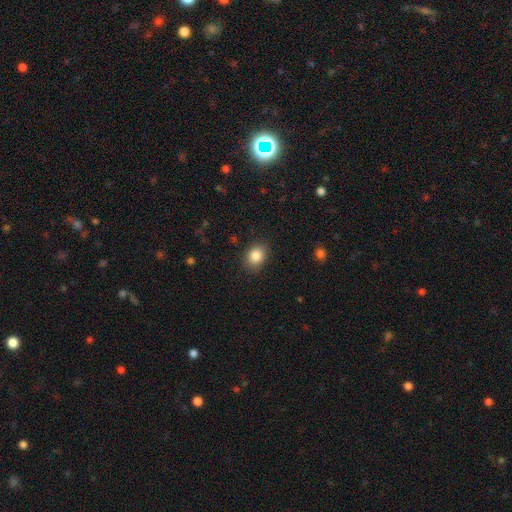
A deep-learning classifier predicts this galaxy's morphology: A smooth galaxy with no disk features (86%) that is in between round and cigar-shaped (57%).

Vote fractions:
- Smooth or featured? smooth: 86% / star or artifact: 9% / featured or disk: 5%
- How rounded? in between: 57% / round: 42% / cigar-shaped: 1%
- Merging? none: 86% / minor disturbance: 10% / major disturbance: 3% / merger: 1%